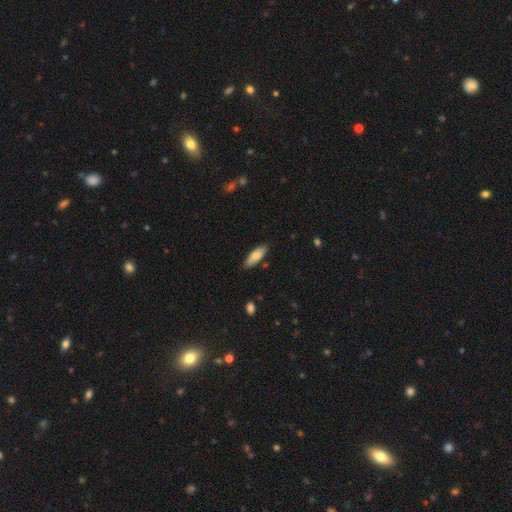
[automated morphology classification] type=smooth (76%); roundness=in between (66%); merging=none (81%).